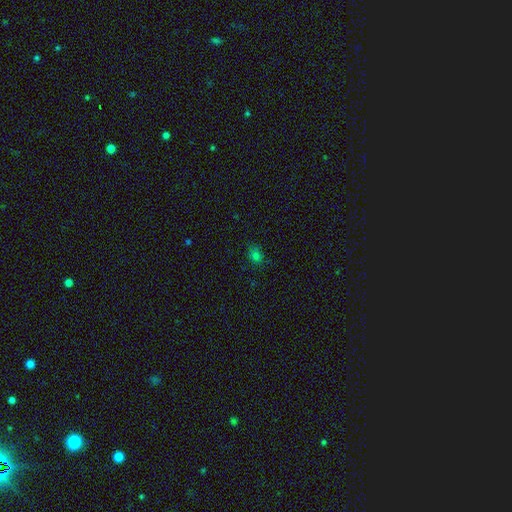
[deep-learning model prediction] This is likely a smooth galaxy (74%). How rounded: possibly round (55%). Merging: clearly none (80%).